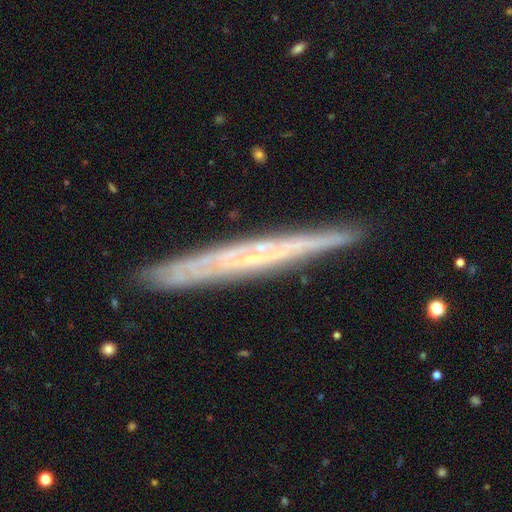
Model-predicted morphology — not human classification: smooth_or_featured: featured or disk (p=0.70) [alt: smooth p=0.22]
disk_edge_on: yes (p=0.89) [alt: no p=0.11]
edge_on_bulge: none (p=0.79) [alt: rounded p=0.17]
merging: none (p=0.87) [alt: minor disturbance p=0.10]